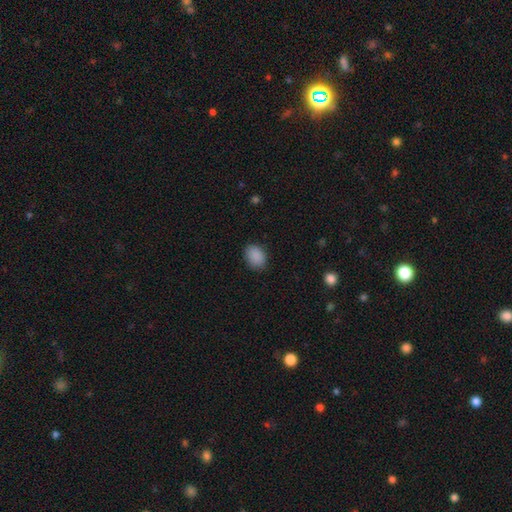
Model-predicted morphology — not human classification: smooth-or-featured: smooth: 89% | star or artifact: 8% | featured or disk: 3%
  how-rounded: in between: 69% | round: 30% | cigar-shaped: 1%
  merging: none: 85% | minor disturbance: 11% | major disturbance: 3% | merger: 1%